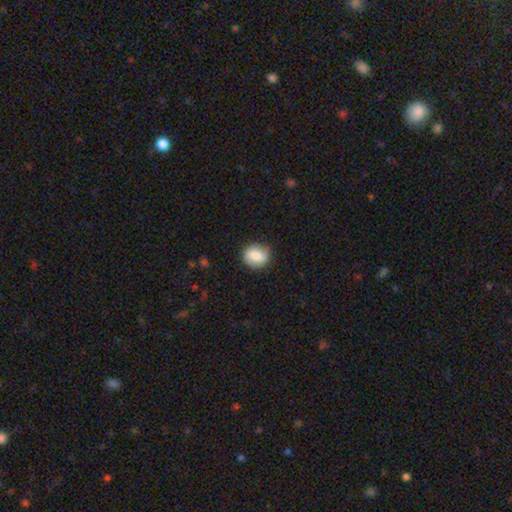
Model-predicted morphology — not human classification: smooth-or-featured: smooth: 72% | featured or disk: 21% | star or artifact: 7%
  how-rounded: round: 72% | in between: 27% | cigar-shaped: 1%
  merging: none: 82% | minor disturbance: 13% | major disturbance: 3% | merger: 1%